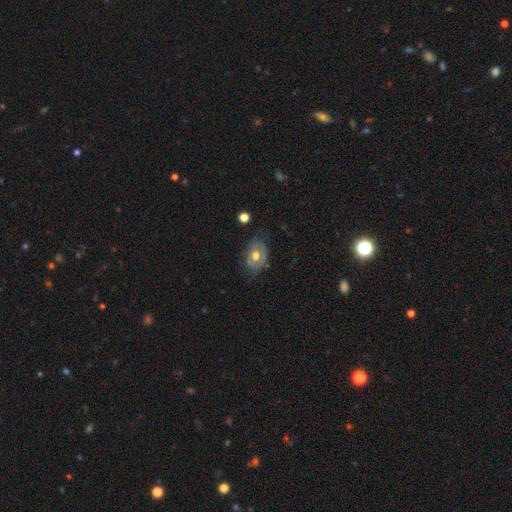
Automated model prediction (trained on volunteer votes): A smooth galaxy with no disk features (50%) that is in between round and cigar-shaped (69%). Merging: none (66%).